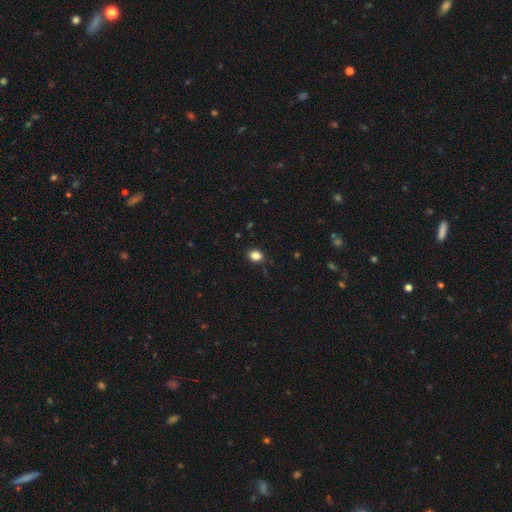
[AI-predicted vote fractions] The model was most divided on "how rounded": in between: 53%, round: 46%, cigar-shaped: 1%. More confident: merging — none (88%); smooth or featured — smooth (85%).